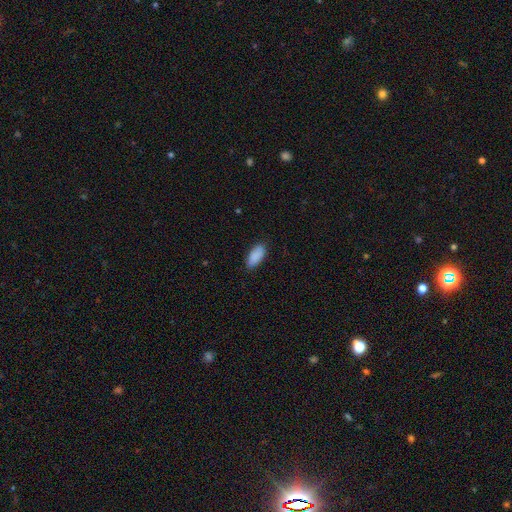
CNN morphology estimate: smooth_or_featured: smooth (p=0.90) [alt: star or artifact p=0.06]
how_rounded: in between (p=0.89) [alt: cigar-shaped p=0.09]
merging: none (p=0.85) [alt: minor disturbance p=0.11]